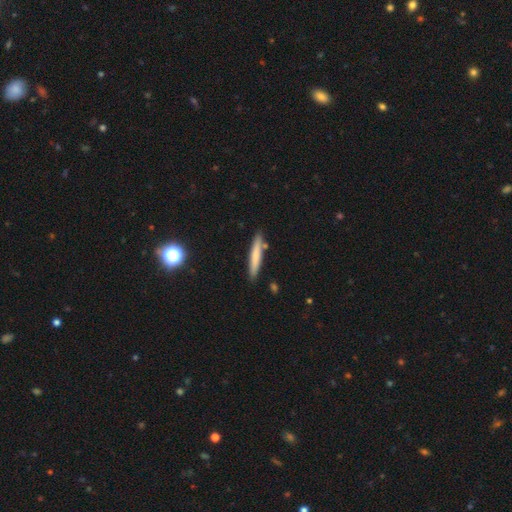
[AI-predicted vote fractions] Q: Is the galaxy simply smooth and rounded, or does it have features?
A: smooth — 70%.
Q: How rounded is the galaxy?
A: cigar-shaped — 93%.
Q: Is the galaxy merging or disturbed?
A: none — 84%.